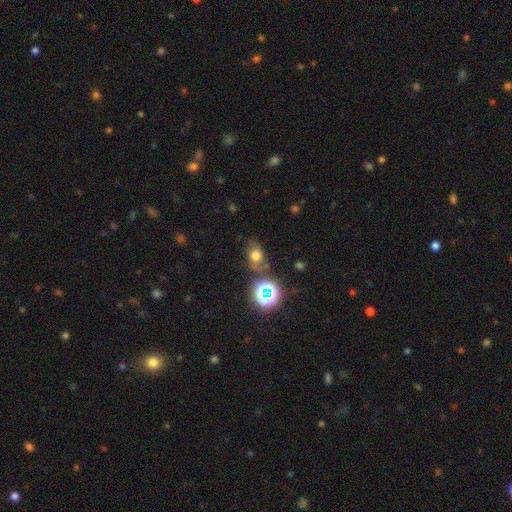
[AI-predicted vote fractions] Morphology: type=smooth (59%); roundness=in between (64%); merging=none (65%).